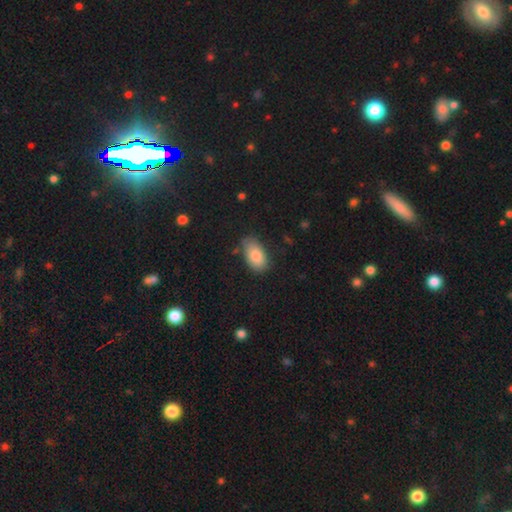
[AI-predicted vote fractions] Smooth or featured?
  - smooth: 85% *
  - featured or disk: 8%
  - star or artifact: 7%
How rounded?
  - in between: 93% *
  - round: 5%
  - cigar-shaped: 2%
Merging?
  - none: 74% *
  - minor disturbance: 19%
  - major disturbance: 4%
  - merger: 2%